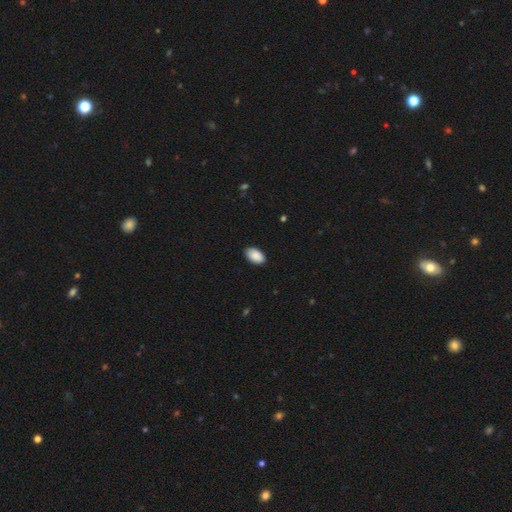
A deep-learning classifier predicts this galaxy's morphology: The model was most divided on "merging": none: 87%, minor disturbance: 10%, major disturbance: 2%, merger: 1%. More confident: how rounded — in between (94%); smooth or featured — smooth (89%).